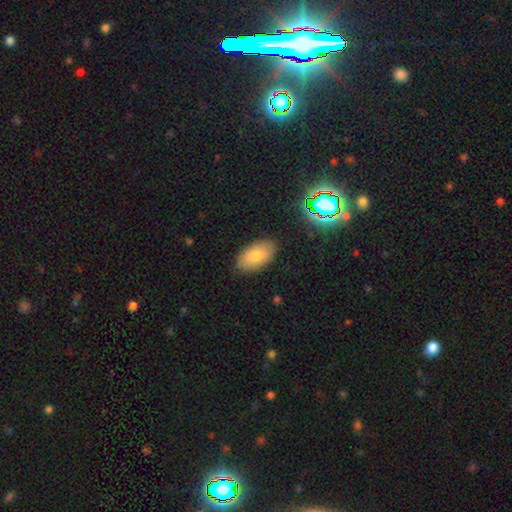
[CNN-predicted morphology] This is likely a smooth galaxy (75%). How rounded: clearly in between (93%). Merging: clearly none (87%).